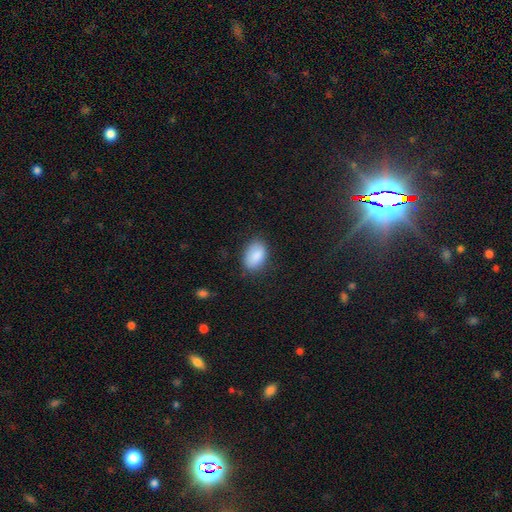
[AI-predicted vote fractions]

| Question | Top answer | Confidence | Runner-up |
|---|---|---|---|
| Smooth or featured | smooth | 88% | star or artifact (7%) |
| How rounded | in between | 90% | round (9%) |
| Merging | none | 78% | minor disturbance (17%) |